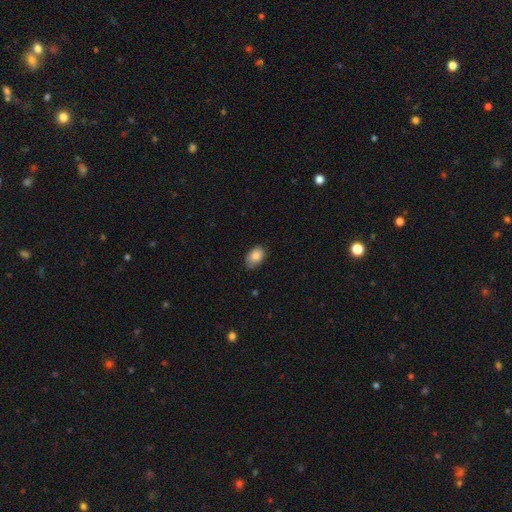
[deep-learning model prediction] A smooth galaxy with no disk features (84%) that is in between round and cigar-shaped (87%). Merging: none (75%).